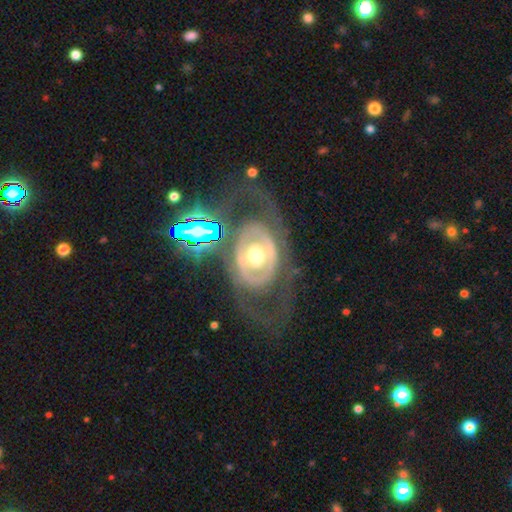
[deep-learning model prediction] Morphology: type=featured or disk (76%); edge-on=no (94%); bar=no (56%); spiral arms=no (56%); bulge=moderate (68%); merging=none (58%).